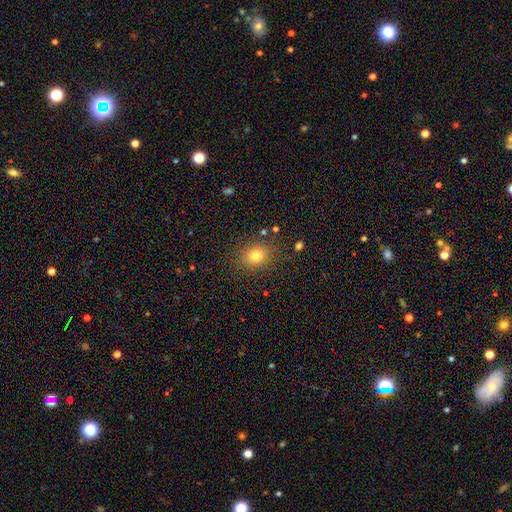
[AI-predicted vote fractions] Smooth or featured? Predicted: smooth (p=0.78). How rounded? Predicted: round (p=0.57). Merging? Predicted: none (p=0.85).